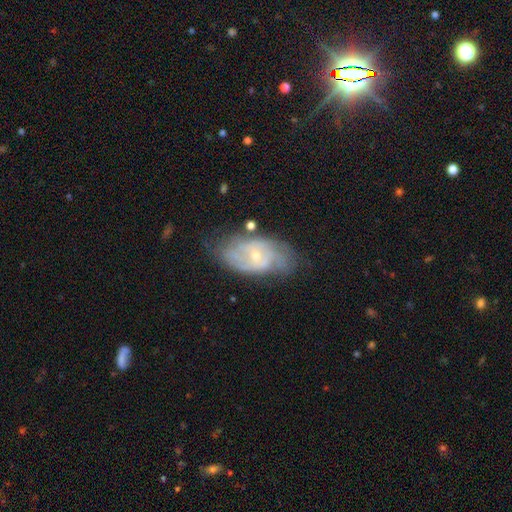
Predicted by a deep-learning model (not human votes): Q: Smooth or featured?
A: featured or disk (77%); runner-up: smooth (16%)
Q: Edge-on disk?
A: no (95%); runner-up: yes (5%)
Q: Bar?
A: no (56%); runner-up: weak (36%)
Q: Spiral arms?
A: yes (88%); runner-up: no (12%)
Q: Spiral winding?
A: tight (48%); runner-up: medium (38%)
Q: Spiral arm count?
A: can't tell (37%); runner-up: 2 (35%)
Q: Bulge size?
A: small (69%); runner-up: moderate (27%)
Q: Merging?
A: none (65%); runner-up: minor disturbance (23%)